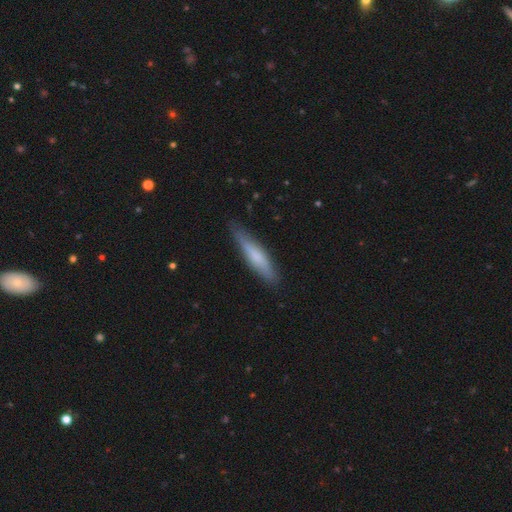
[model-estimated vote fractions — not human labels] Q: Smooth or featured?
A: smooth (61%); runner-up: featured or disk (32%)
Q: How rounded?
A: cigar-shaped (86%); runner-up: in between (12%)
Q: Merging?
A: none (82%); runner-up: minor disturbance (14%)